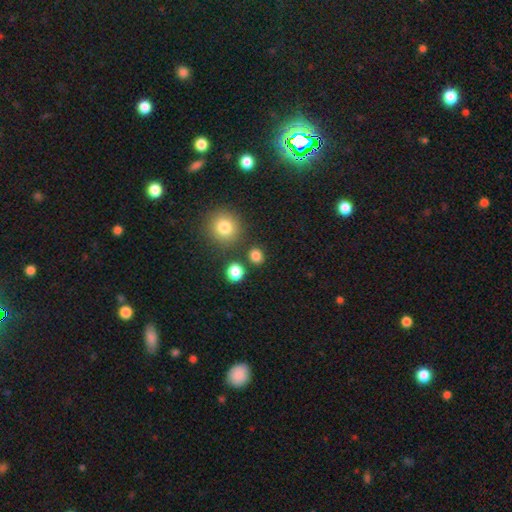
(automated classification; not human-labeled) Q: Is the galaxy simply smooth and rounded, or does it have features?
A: smooth — 81%.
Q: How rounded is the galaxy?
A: round — 77%.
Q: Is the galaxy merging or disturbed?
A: none — 83%.